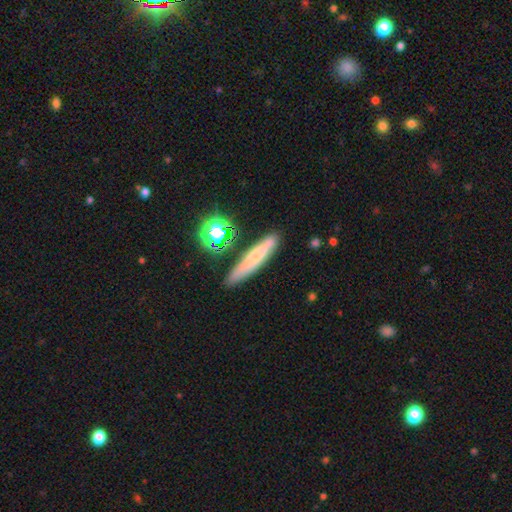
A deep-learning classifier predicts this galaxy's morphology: Overall: smooth (57%; featured or disk 30%). How rounded: cigar-shaped (83%). Merging: none (75%).